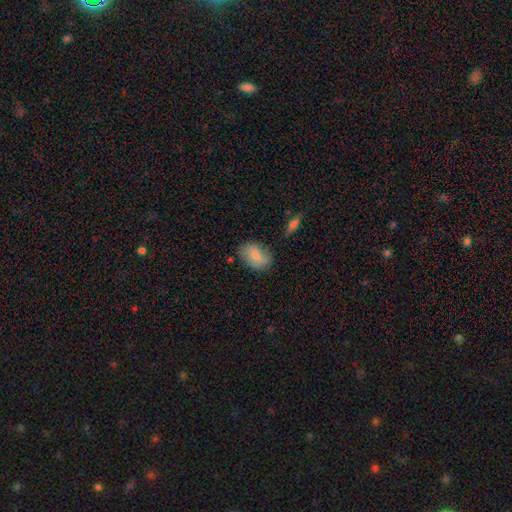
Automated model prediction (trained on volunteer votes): A smooth galaxy with no disk features (69%) that is in between round and cigar-shaped (80%). Merging: none (72%).